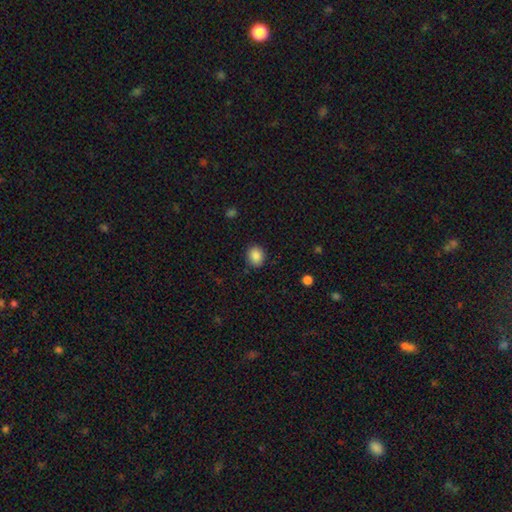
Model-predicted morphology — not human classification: Smooth or featured? Predicted: smooth (p=0.87). How rounded? Predicted: round (p=0.70). Merging? Predicted: none (p=0.88).